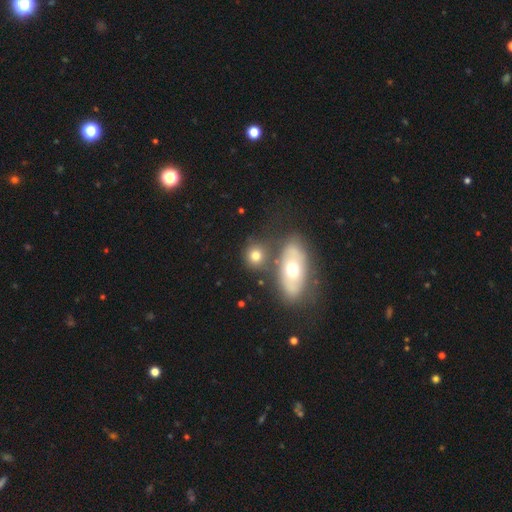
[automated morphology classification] Smooth or featured? smooth (71%)
How rounded? round (67%)
Merging? none (62%)